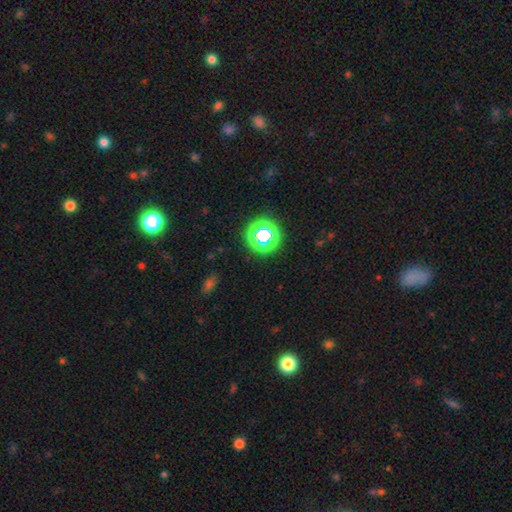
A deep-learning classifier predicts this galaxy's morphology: Smooth or featured? star or artifact (60%)